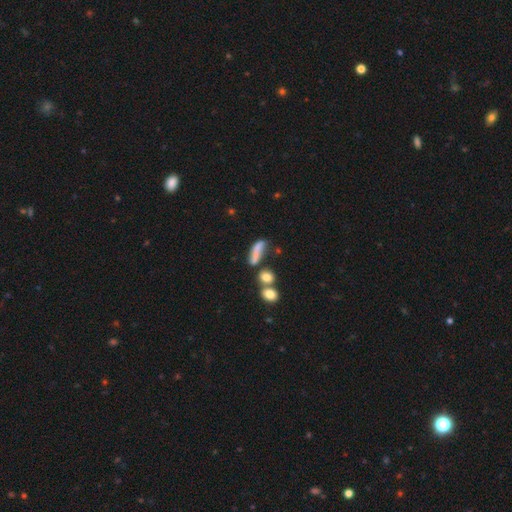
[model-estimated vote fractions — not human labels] This appears to be a smooth galaxy with no disk features (66%) that is cigar-shaped (53%). Merging: none (38%).